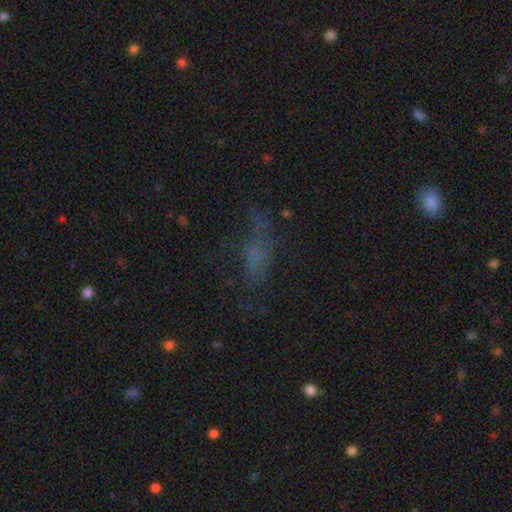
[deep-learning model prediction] A smooth galaxy with no disk features (45%). Merging: none (44%).